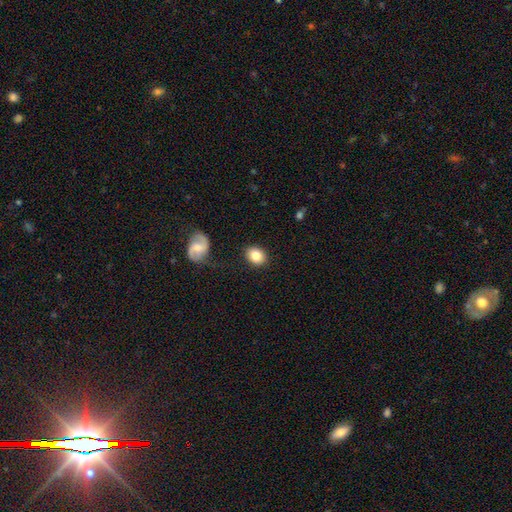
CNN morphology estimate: smooth 84%, featured or disk 9%, star or artifact 7%. Down the decision tree: how rounded — in between (56%); merging — none (86%).